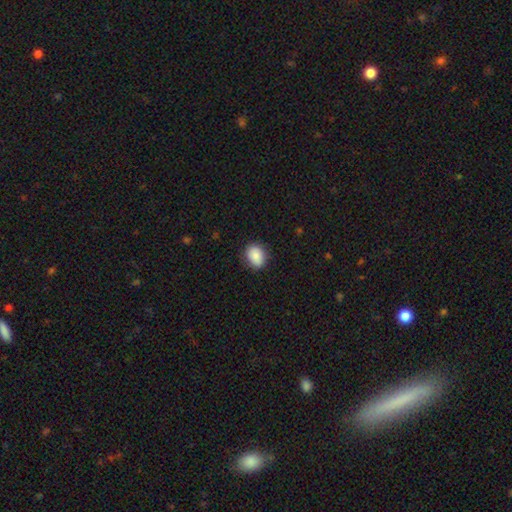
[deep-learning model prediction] smooth 86%, star or artifact 8%, featured or disk 6%. Down the decision tree: how rounded — in between (54%); merging — none (83%).